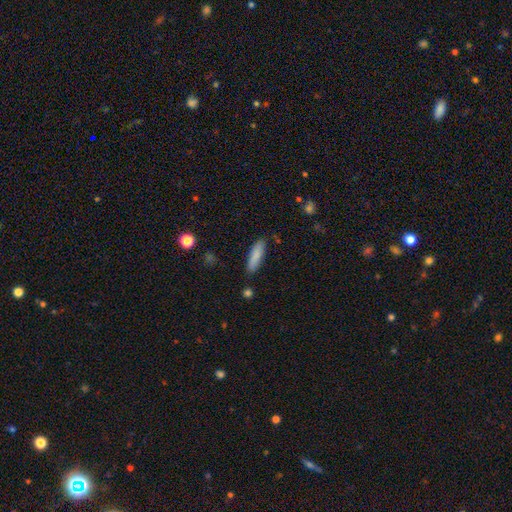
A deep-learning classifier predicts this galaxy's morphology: Overall: smooth (84%). How rounded: cigar-shaped (68%; in between 31%). Merging: none (85%).